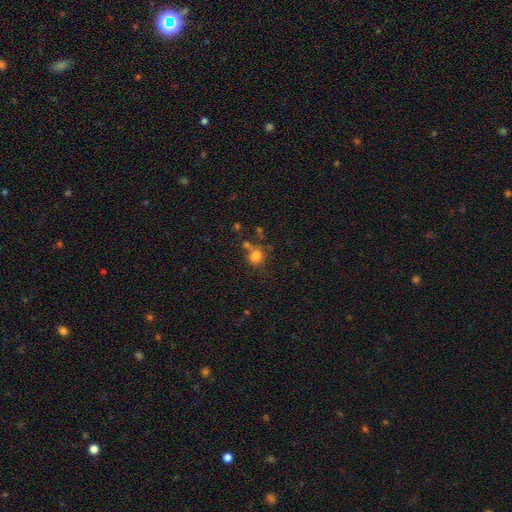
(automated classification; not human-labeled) Smooth or featured: smooth — 76% (star or artifact — 14%)
How rounded: round — 53% (in between — 45%)
Merging: none — 47% (merger — 23%)